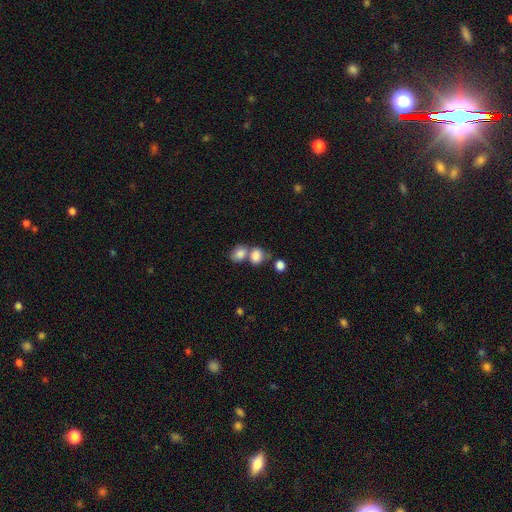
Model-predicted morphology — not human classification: Smooth or featured? smooth (82%)
How rounded? in between (59%)
Merging? merger (52%)